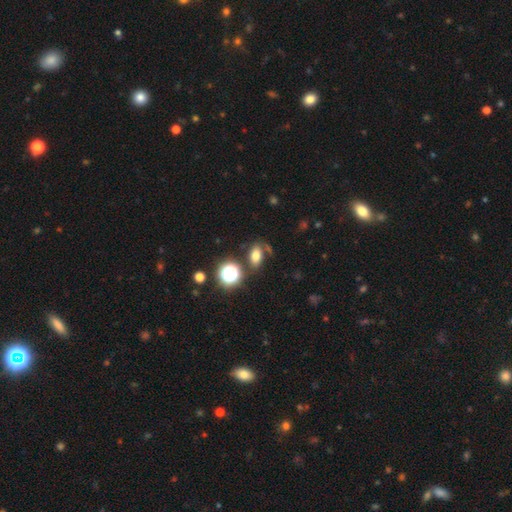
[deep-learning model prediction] A smooth galaxy with no disk features (73%) that is in between round and cigar-shaped (79%).

Vote fractions:
- Smooth or featured? smooth: 73% / star or artifact: 16% / featured or disk: 10%
- How rounded? in between: 79% / round: 18% / cigar-shaped: 3%
- Merging? none: 71% / minor disturbance: 14% / merger: 9% / major disturbance: 5%